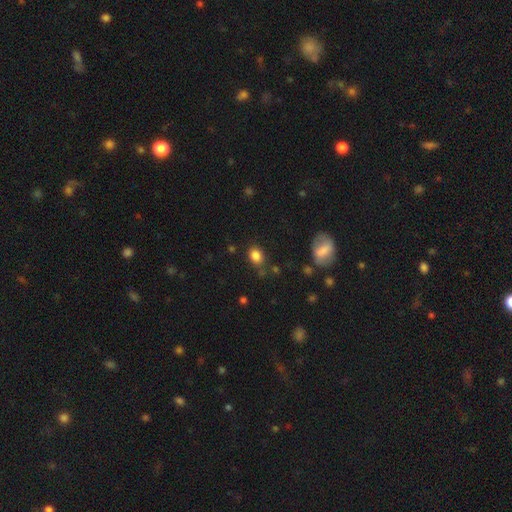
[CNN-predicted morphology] type=smooth (84%); roundness=round (50%); merging=none (73%).